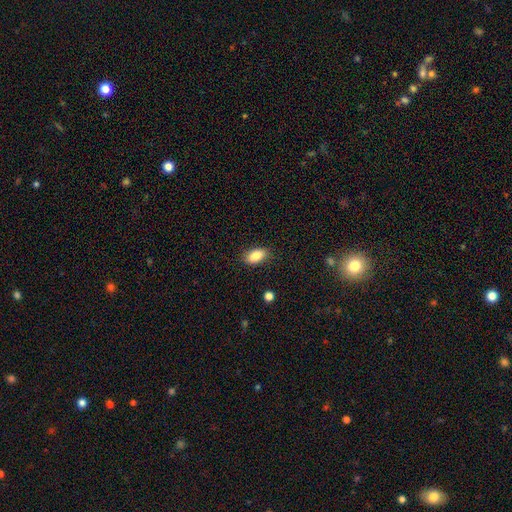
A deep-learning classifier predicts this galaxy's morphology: A smooth galaxy with no disk features (85%) that is in between round and cigar-shaped (91%). Merging: none (85%).